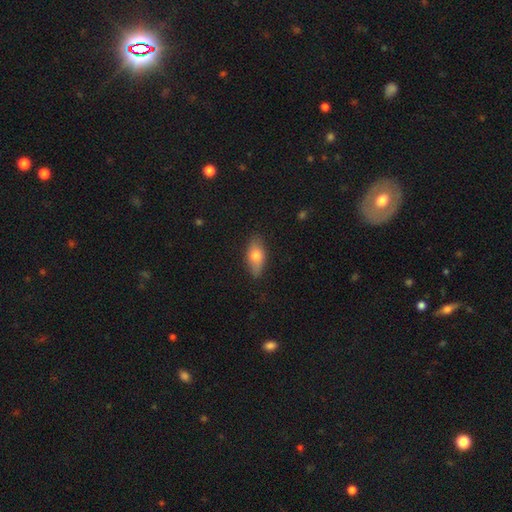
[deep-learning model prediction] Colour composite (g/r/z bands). It shows a smooth galaxy with no disk features (71%) that is in between round and cigar-shaped (84%). Merging: none (84%).